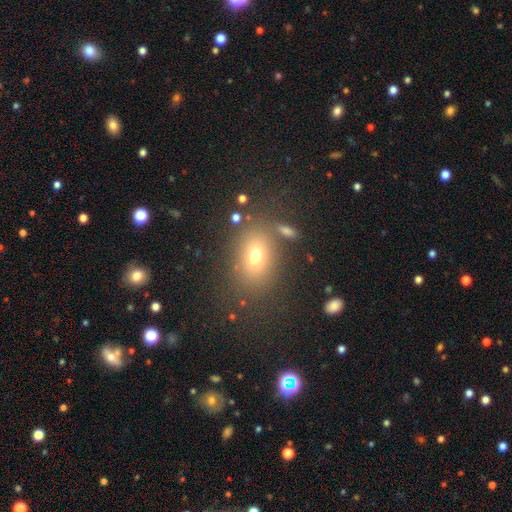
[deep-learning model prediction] smooth 64%, star or artifact 20%, featured or disk 16%. Down the decision tree: how rounded — in between (74%); merging — none (65%).